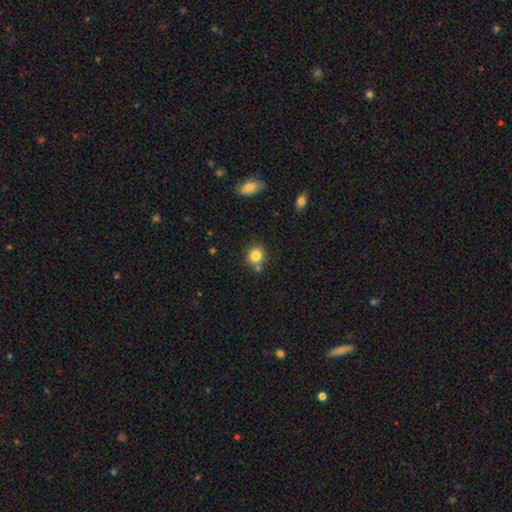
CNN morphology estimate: Smooth or featured? smooth (83%)
How rounded? round (80%)
Merging? none (71%)